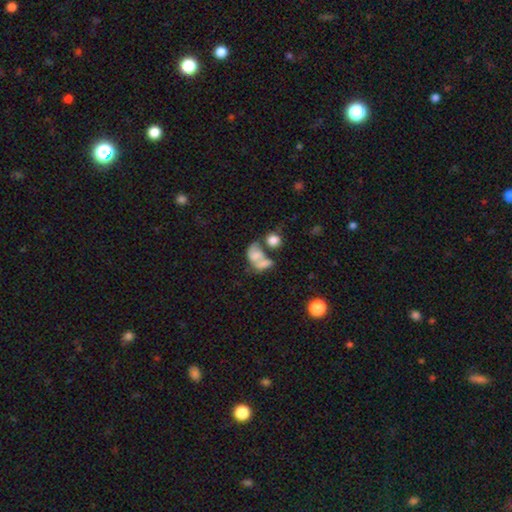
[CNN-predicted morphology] A smooth galaxy with no disk features (61%) that is in between round and cigar-shaped (76%).

Vote fractions:
- Smooth or featured? smooth: 61% / featured or disk: 27% / star or artifact: 11%
- How rounded? in between: 76% / round: 22% / cigar-shaped: 2%
- Merging? merger: 56% / none: 18% / major disturbance: 14% / minor disturbance: 12%